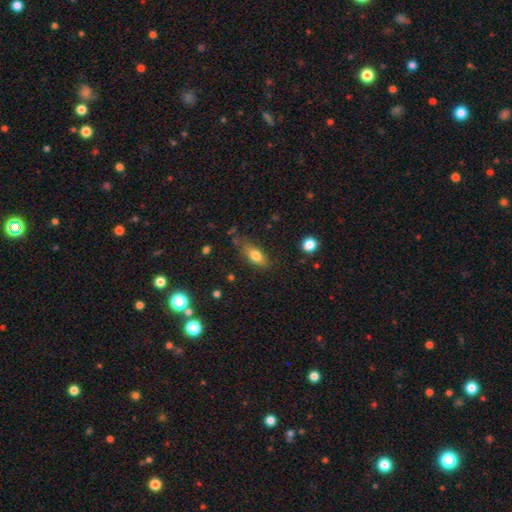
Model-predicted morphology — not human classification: smooth-or-featured: smooth: 76% | featured or disk: 15% | star or artifact: 9%
  how-rounded: in between: 78% | cigar-shaped: 16% | round: 6%
  merging: none: 71% | minor disturbance: 20% | major disturbance: 6% | merger: 3%